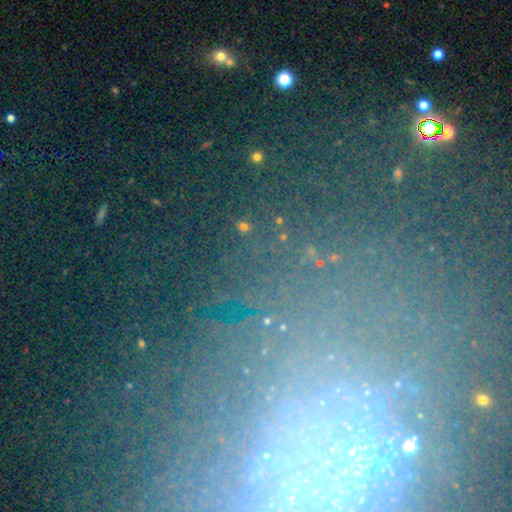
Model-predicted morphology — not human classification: type=star or artifact (65%).